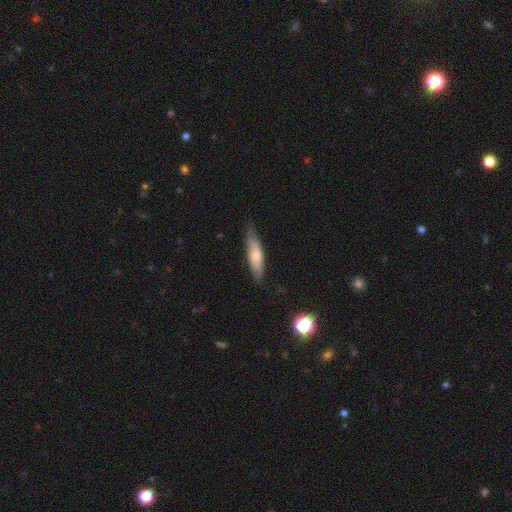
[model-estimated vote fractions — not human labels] Overall: smooth (69%). How rounded: cigar-shaped (67%; in between 31%). Merging: none (79%).